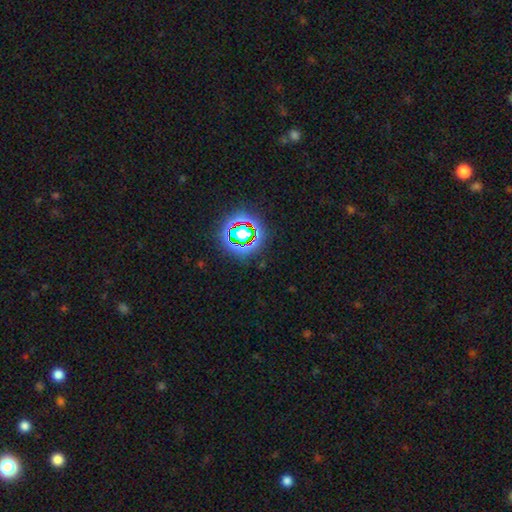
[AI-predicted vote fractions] Smooth or featured? star or artifact (76%)